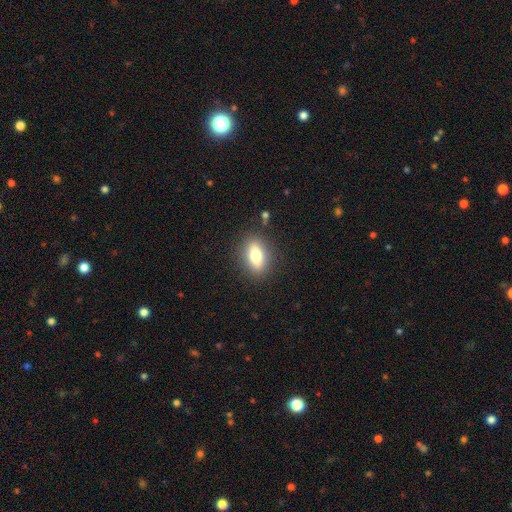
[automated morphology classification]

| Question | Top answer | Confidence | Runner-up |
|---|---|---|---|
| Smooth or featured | smooth | 66% | featured or disk (25%) |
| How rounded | in between | 74% | round (13%) |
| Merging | none | 86% | minor disturbance (9%) |